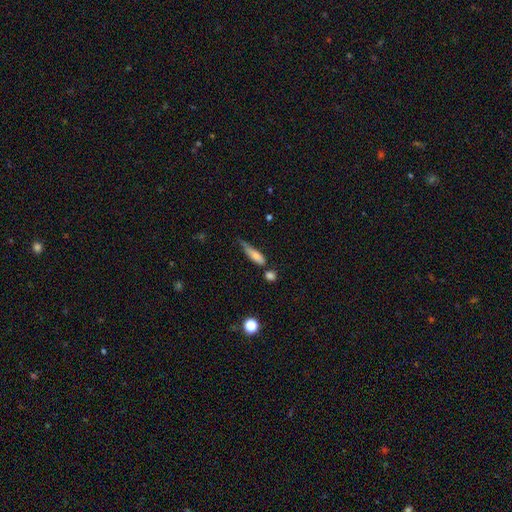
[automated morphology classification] A smooth galaxy with no disk features (70%) that is cigar-shaped (58%). Merging: none (38%).